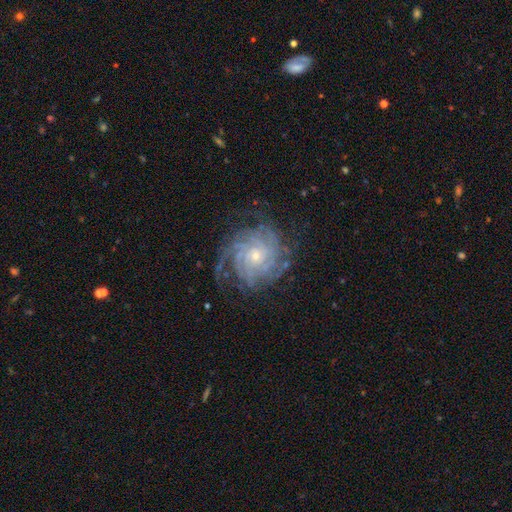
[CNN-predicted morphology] A featured or disk galaxy (86%) with no bar (75%), tight (73%) spiral arms (97%) and a small central bulge (71%). Merging: none (73%).